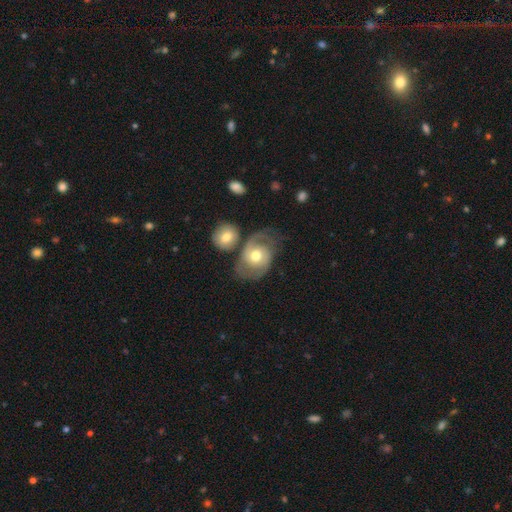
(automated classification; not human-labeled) Morphology: type=featured or disk (70%); edge-on=no (97%); bar=no (70%); spiral arms=yes (86%); winding=medium (48%); arm count=2 (74%); bulge=moderate (74%); merging=none (44%).